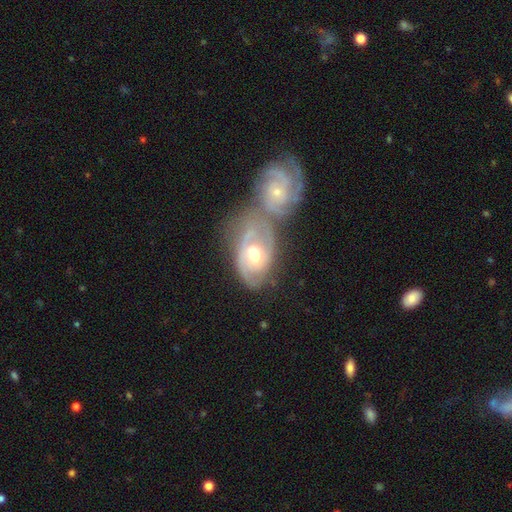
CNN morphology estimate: A featured or disk galaxy (78%) with no bar (54%), 2 (43%) tight (59%) spiral arms (90%) and a moderate central bulge (67%). Merging: merger (61%).